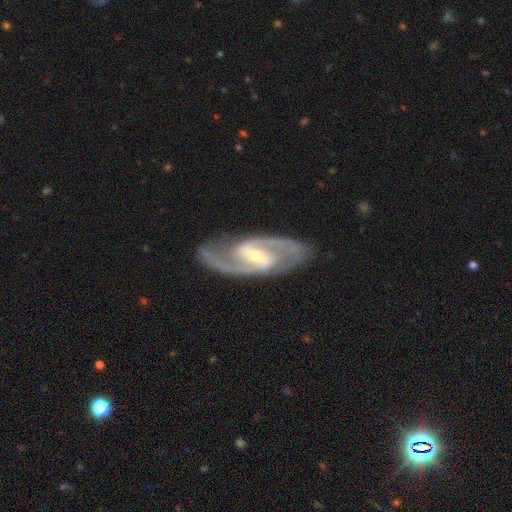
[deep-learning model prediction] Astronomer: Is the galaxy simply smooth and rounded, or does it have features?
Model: featured or disk — 92%.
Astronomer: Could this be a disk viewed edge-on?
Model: no — 96%.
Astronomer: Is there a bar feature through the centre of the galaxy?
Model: strong — 58% (runner-up: weak, 34%).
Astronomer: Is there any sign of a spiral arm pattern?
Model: yes — 98%.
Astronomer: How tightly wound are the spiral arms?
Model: medium — 61%.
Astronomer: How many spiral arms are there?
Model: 2 — 94%.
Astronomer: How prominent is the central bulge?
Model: small — 64%.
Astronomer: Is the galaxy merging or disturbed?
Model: none — 83%.